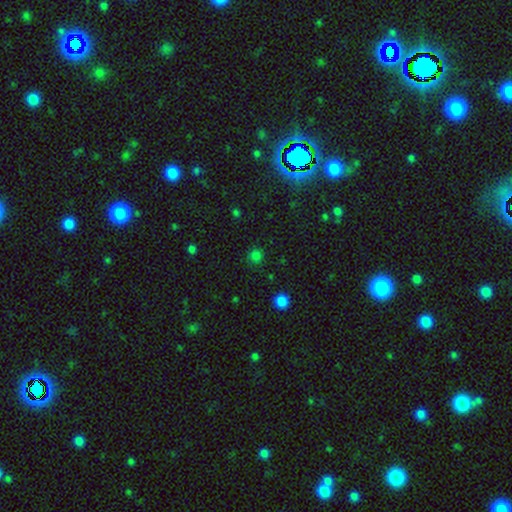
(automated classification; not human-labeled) A smooth galaxy with no disk features (74%) that is round (91%).

Vote fractions:
- Smooth or featured? smooth: 74% / star or artifact: 22% / featured or disk: 4%
- How rounded? round: 91% / in between: 8% / cigar-shaped: 1%
- Merging? none: 85% / minor disturbance: 10% / major disturbance: 4% / merger: 2%